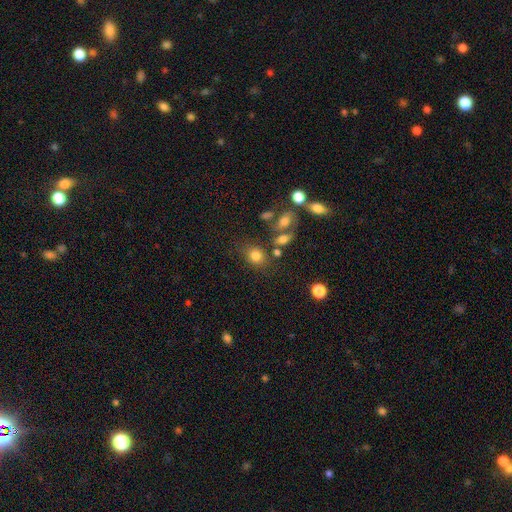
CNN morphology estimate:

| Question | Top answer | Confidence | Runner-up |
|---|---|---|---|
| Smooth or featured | smooth | 79% | star or artifact (13%) |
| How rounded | round | 60% | in between (39%) |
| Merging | none | 68% | minor disturbance (14%) |